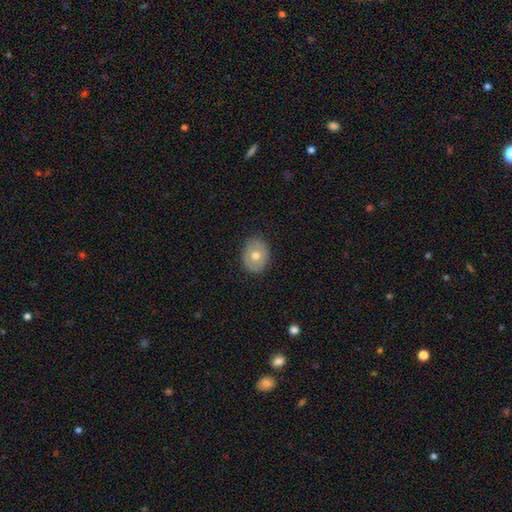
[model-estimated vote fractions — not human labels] Overall: smooth (61%; featured or disk 30%). How rounded: round (50%; in between 49%). Merging: none (87%).